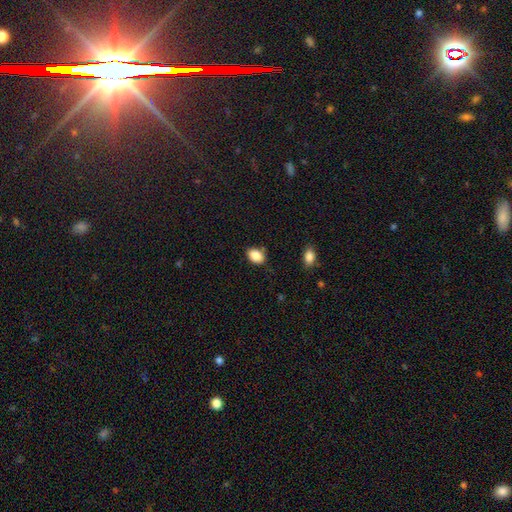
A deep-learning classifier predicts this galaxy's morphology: Smooth or featured? smooth (87%)
How rounded? in between (78%)
Merging? none (78%)